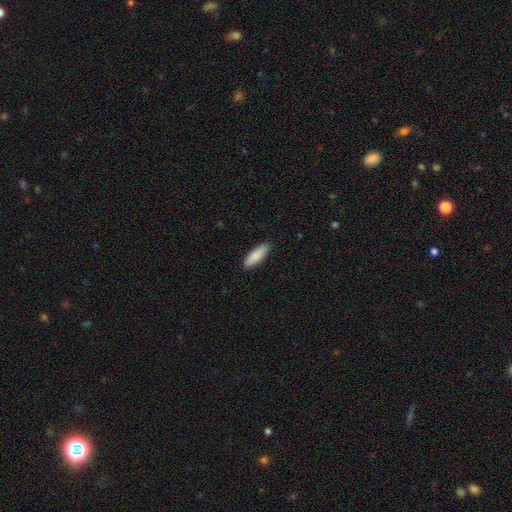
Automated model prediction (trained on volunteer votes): A smooth galaxy with no disk features (89%) that is in between round and cigar-shaped (52%). Merging: none (89%).